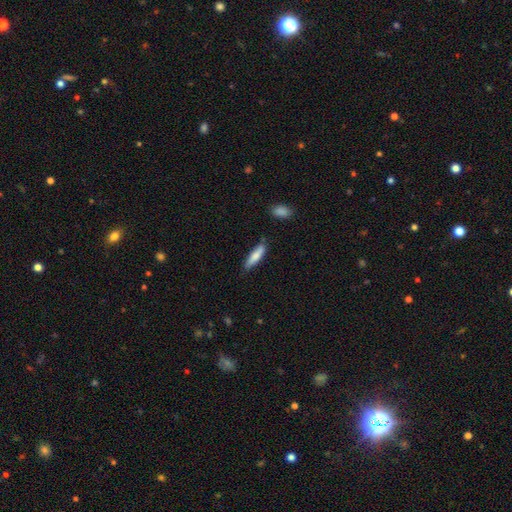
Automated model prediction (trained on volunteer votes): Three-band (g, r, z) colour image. It shows a smooth galaxy with no disk features (76%) that is cigar-shaped (74%). Merging: none (75%).